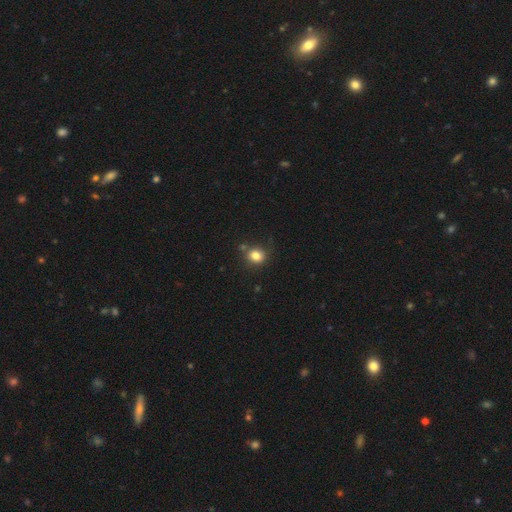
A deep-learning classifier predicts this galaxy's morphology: Q: Smooth or featured?
A: smooth (82%); runner-up: star or artifact (12%)
Q: How rounded?
A: round (74%); runner-up: in between (25%)
Q: Merging?
A: none (72%); runner-up: minor disturbance (15%)